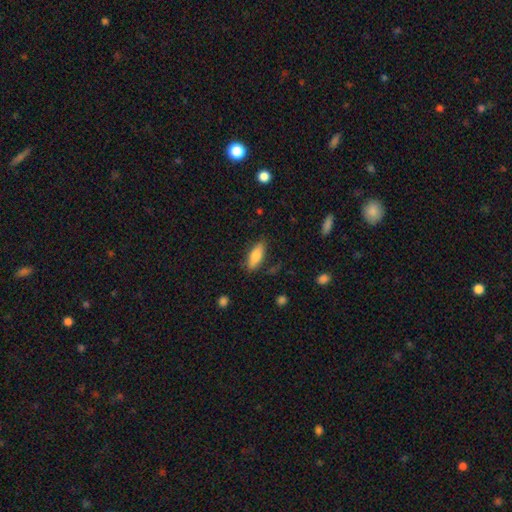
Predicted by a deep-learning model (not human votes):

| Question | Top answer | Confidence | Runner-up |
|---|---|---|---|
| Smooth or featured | smooth | 80% | featured or disk (14%) |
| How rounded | in between | 71% | cigar-shaped (27%) |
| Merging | none | 81% | minor disturbance (14%) |